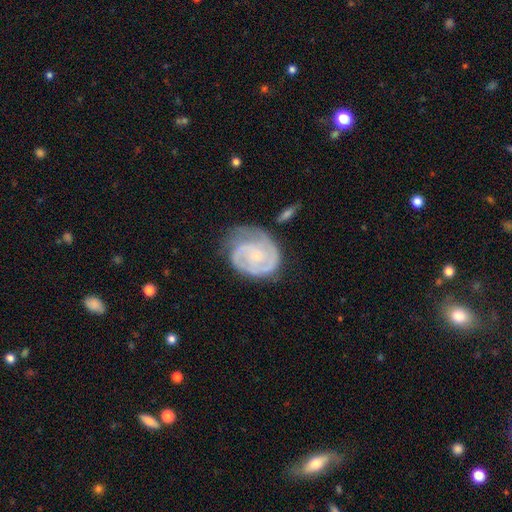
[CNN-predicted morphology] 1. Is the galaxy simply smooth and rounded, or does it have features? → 82% featured or disk, 13% smooth, 5% star or artifact.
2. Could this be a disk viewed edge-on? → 98% no, 2% yes.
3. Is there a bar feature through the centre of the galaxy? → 71% no, 25% weak, 5% strong.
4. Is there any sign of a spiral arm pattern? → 94% yes, 6% no.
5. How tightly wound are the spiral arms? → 61% tight, 31% medium, 8% loose.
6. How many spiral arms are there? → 51% 2, 19% can't tell, 13% 1, 12% 3, 3% 4, 3% more than 4.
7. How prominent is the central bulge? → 76% small, 18% moderate, 4% none, 1% large, 1% dominant.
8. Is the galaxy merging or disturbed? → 52% none, 29% minor disturbance, 16% major disturbance, 3% merger.